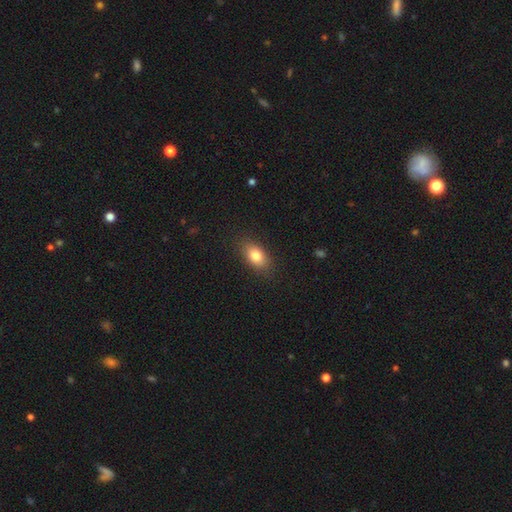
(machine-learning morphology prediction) Overall: smooth (81%). How rounded: in between (86%). Merging: none (86%).